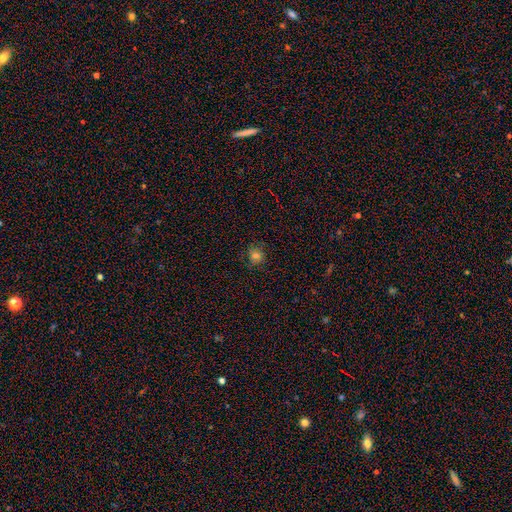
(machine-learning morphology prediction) Smooth or featured? smooth (73%)
How rounded? round (80%)
Merging? none (80%)